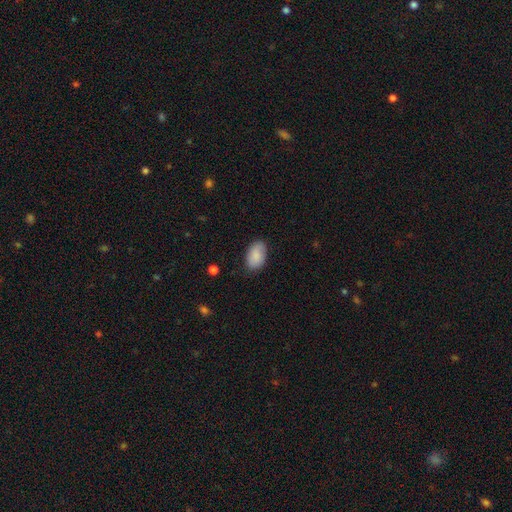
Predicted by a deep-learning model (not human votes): Overall: smooth (87%). How rounded: in between (92%). Merging: none (79%).